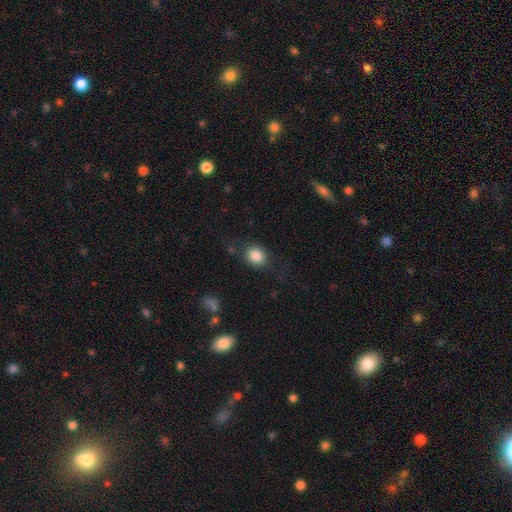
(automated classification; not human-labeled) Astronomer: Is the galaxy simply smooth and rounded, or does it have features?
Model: smooth — 85%.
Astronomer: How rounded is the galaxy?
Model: round — 58% (runner-up: in between, 41%).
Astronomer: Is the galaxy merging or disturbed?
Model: none — 72%.